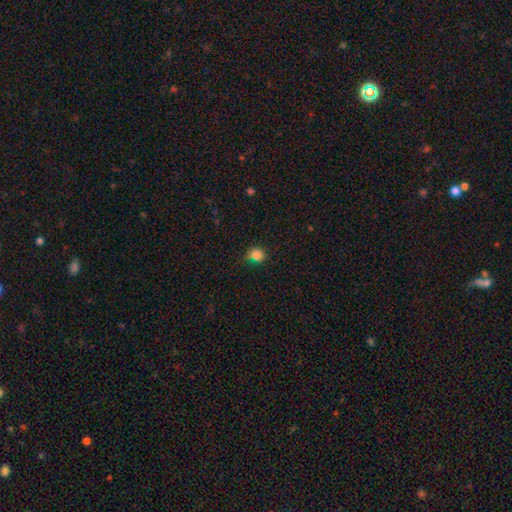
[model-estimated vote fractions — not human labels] smooth-or-featured: smooth: 79% | star or artifact: 15% | featured or disk: 6%
  how-rounded: round: 71% | in between: 28% | cigar-shaped: 1%
  merging: none: 66% | minor disturbance: 23% | merger: 6% | major disturbance: 5%